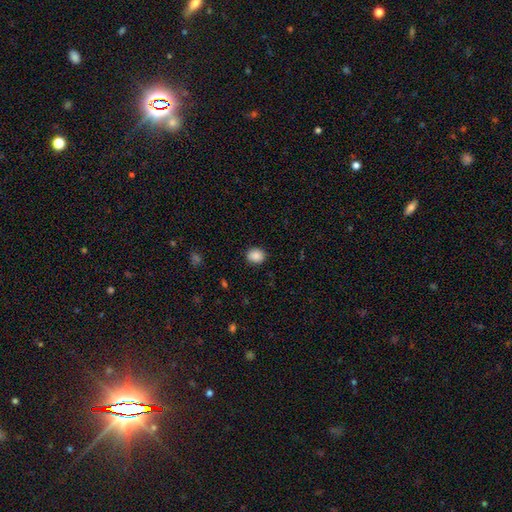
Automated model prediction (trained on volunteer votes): This is clearly a smooth galaxy (88%). How rounded: likely round (65%). Merging: clearly none (89%).